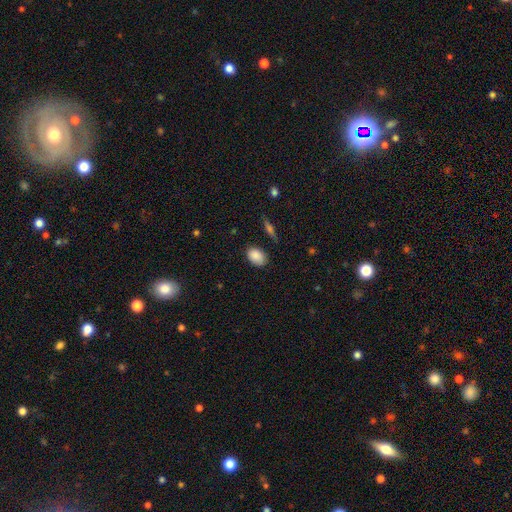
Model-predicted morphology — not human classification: smooth-or-featured: smooth: 87% | star or artifact: 8% | featured or disk: 5%
  how-rounded: in between: 83% | round: 15% | cigar-shaped: 2%
  merging: none: 81% | minor disturbance: 14% | major disturbance: 3% | merger: 2%